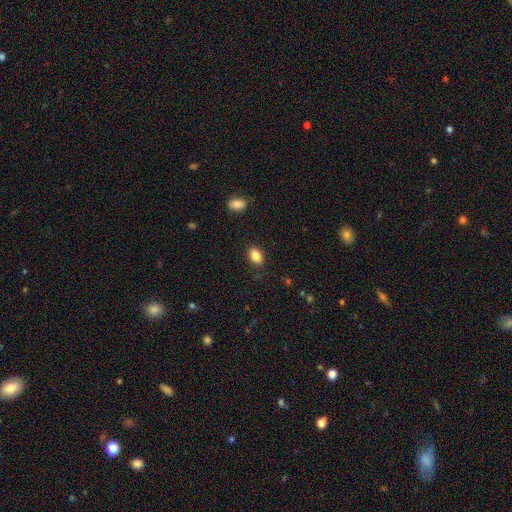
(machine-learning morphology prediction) A smooth galaxy with no disk features (86%) that is in between round and cigar-shaped (83%).

Vote fractions:
- Smooth or featured? smooth: 86% / star or artifact: 9% / featured or disk: 6%
- How rounded? in between: 83% / round: 16% / cigar-shaped: 1%
- Merging? none: 85% / minor disturbance: 11% / major disturbance: 3% / merger: 1%